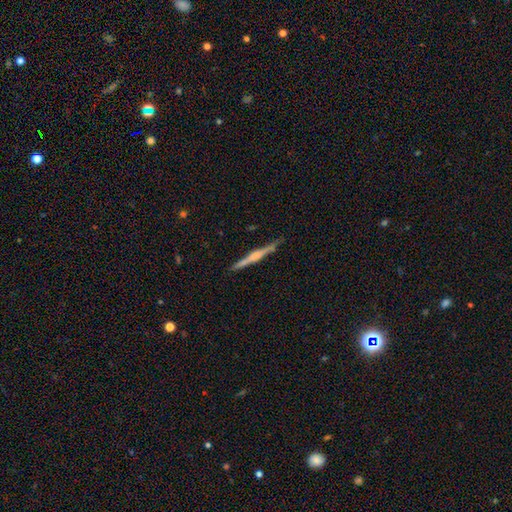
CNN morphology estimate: The model was most divided on "edge-on bulge": rounded: 42%, boxy: 31%, none: 26%. More confident: edge-on disk — yes (98%); merging — none (86%); smooth or featured — featured or disk (63%).